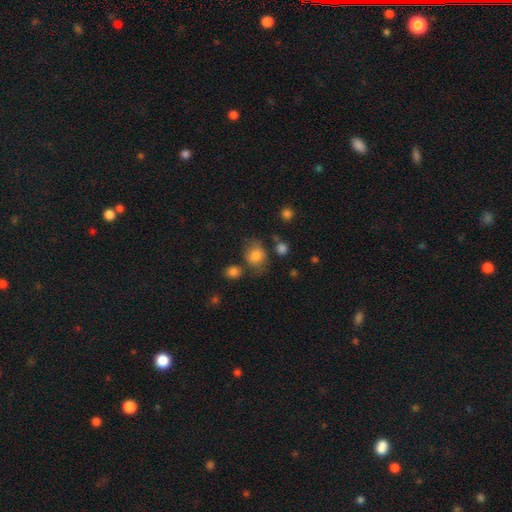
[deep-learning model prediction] Smooth or featured?
  - smooth: 79% *
  - featured or disk: 11%
  - star or artifact: 10%
How rounded?
  - round: 56% *
  - in between: 43%
  - cigar-shaped: 1%
Merging?
  - none: 61% *
  - minor disturbance: 21%
  - merger: 9%
  - major disturbance: 9%